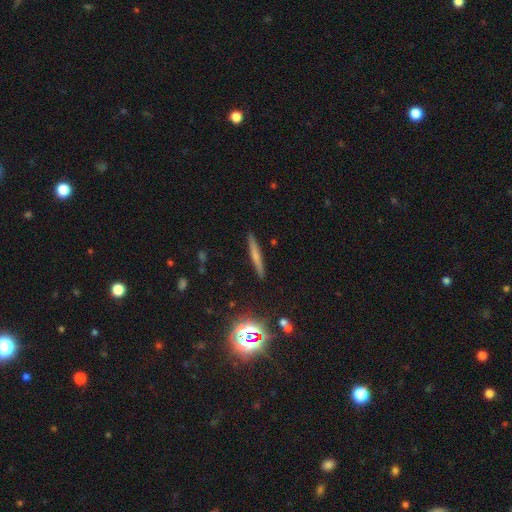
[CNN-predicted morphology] This is possibly a smooth galaxy (48%). Merging: clearly none (89%).